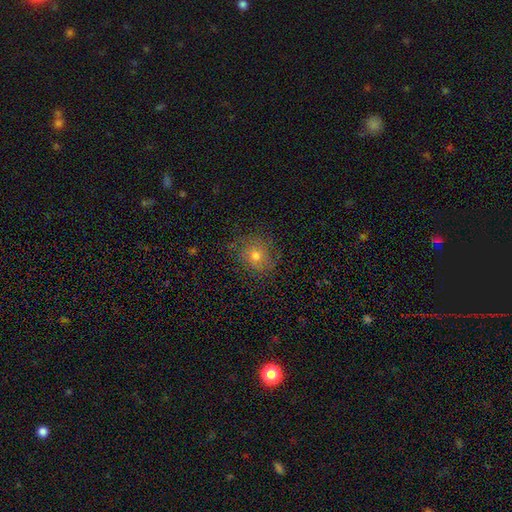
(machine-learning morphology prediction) smooth-or-featured: smooth: 55% | featured or disk: 26% | star or artifact: 18%
  how-rounded: round: 81% | in between: 18% | cigar-shaped: 1%
  merging: none: 76% | minor disturbance: 15% | major disturbance: 7% | merger: 1%